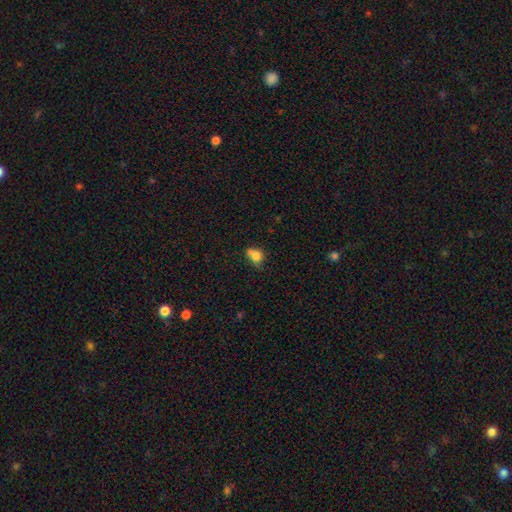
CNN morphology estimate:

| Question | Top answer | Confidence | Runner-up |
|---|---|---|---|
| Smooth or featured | smooth | 75% | featured or disk (14%) |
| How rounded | round | 62% | in between (37%) |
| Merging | none | 38% | merger (33%) |